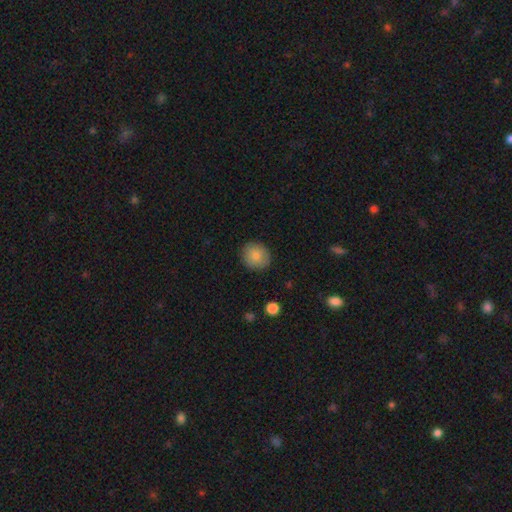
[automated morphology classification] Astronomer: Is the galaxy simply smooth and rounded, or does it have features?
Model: smooth — 81%.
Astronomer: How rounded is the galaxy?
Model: round — 84%.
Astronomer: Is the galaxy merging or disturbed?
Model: none — 87%.